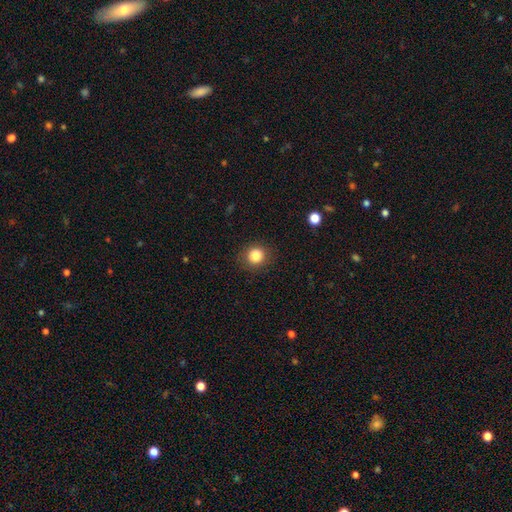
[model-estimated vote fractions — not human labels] Morphology: type=smooth (84%); roundness=round (86%); merging=none (88%).